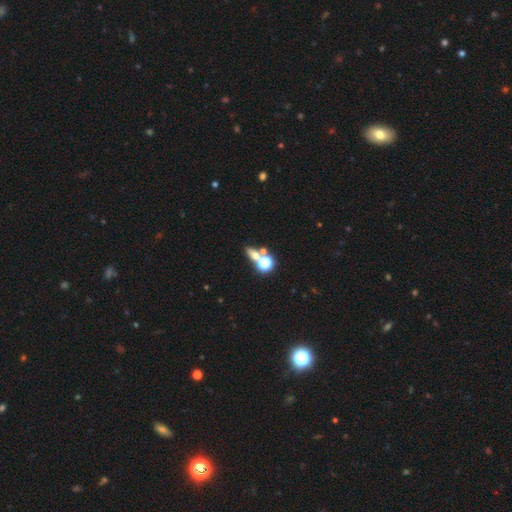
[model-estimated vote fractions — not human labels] Q: Smooth or featured?
A: smooth (52%); runner-up: star or artifact (32%)
Q: How rounded?
A: in between (46%); runner-up: round (45%)
Q: Merging?
A: none (49%); runner-up: merger (36%)